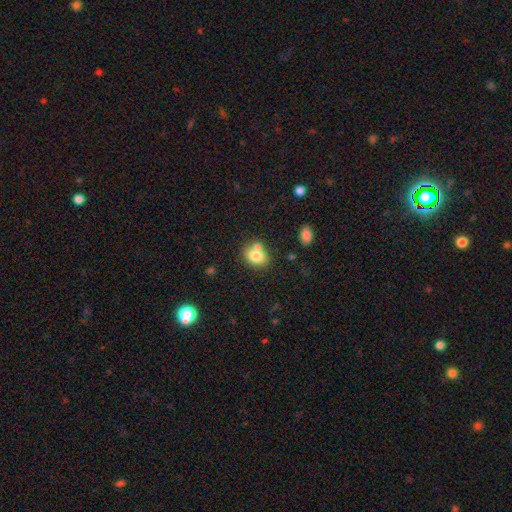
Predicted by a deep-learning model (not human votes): This appears to be a smooth galaxy with no disk features (78%) that is in between round and cigar-shaped (57%). Merging: none (56%).